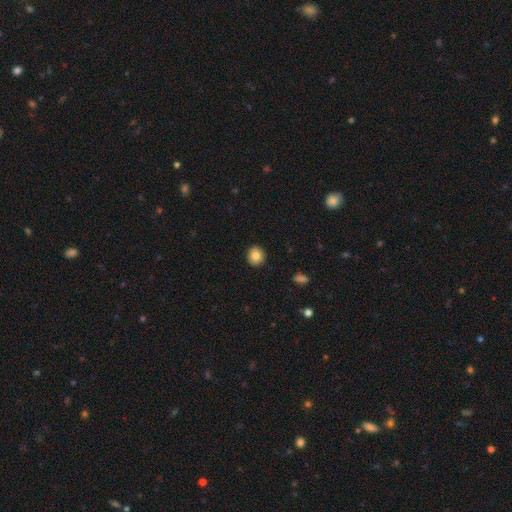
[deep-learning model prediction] A smooth galaxy with no disk features (81%) that is round (90%). Merging: none (92%).